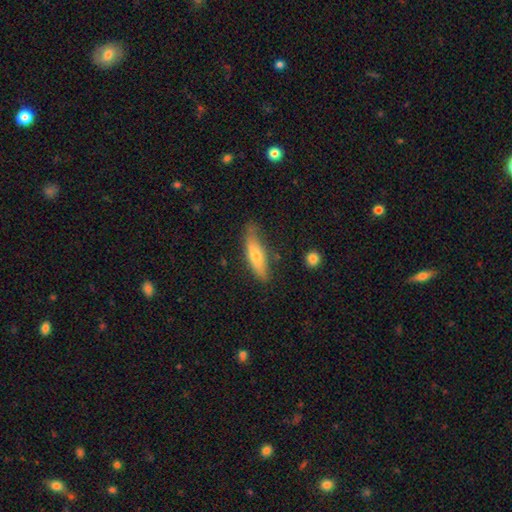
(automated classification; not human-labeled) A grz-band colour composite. It shows a smooth galaxy with no disk features (61%) that is cigar-shaped (65%). Merging: none (71%).